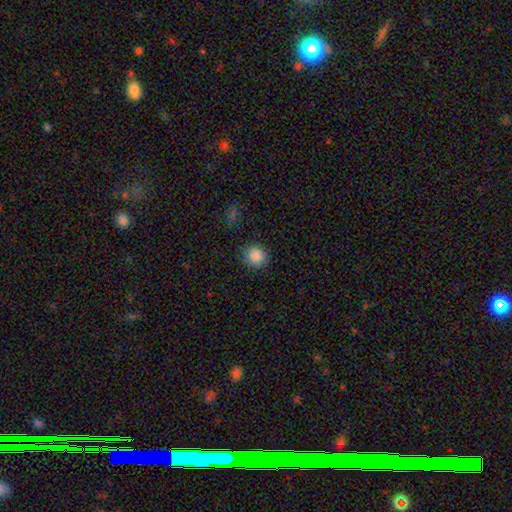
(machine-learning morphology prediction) smooth_or_featured: smooth (p=0.87) [alt: star or artifact p=0.09]
how_rounded: round (p=0.88) [alt: in between p=0.11]
merging: none (p=0.87) [alt: minor disturbance p=0.09]